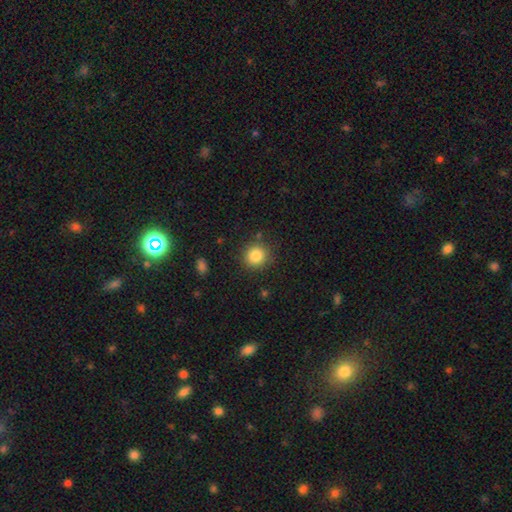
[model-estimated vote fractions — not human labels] Smooth or featured?
  - smooth: 84% *
  - star or artifact: 11%
  - featured or disk: 6%
How rounded?
  - round: 90% *
  - in between: 9%
  - cigar-shaped: 1%
Merging?
  - none: 87% *
  - minor disturbance: 8%
  - major disturbance: 3%
  - merger: 2%